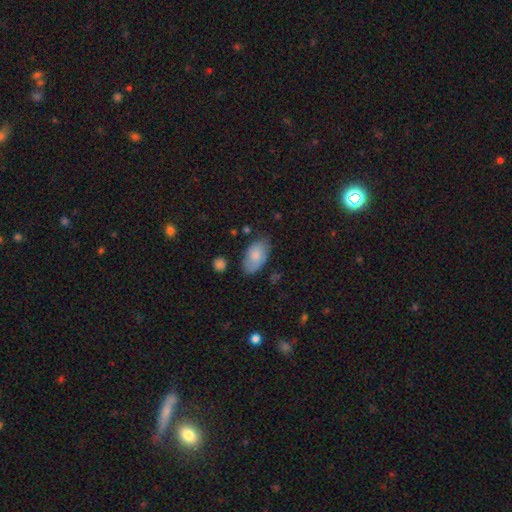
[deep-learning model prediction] smooth 79%, featured or disk 15%, star or artifact 7%. Down the decision tree: how rounded — in between (94%); merging — none (68%).